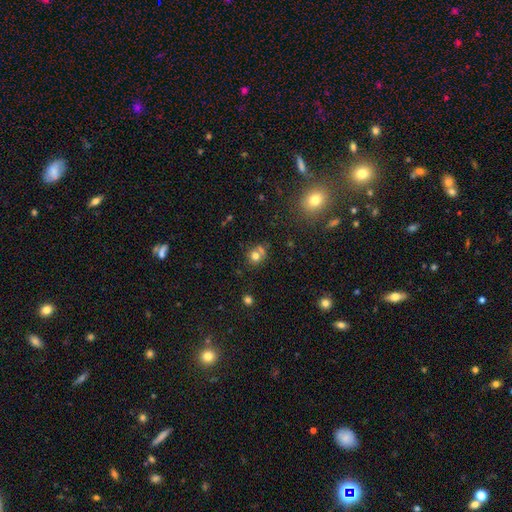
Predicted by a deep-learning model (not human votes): smooth-or-featured: smooth: 72% | star or artifact: 16% | featured or disk: 11%
  how-rounded: round: 83% | in between: 16% | cigar-shaped: 1%
  merging: none: 60% | merger: 24% | minor disturbance: 12% | major disturbance: 5%